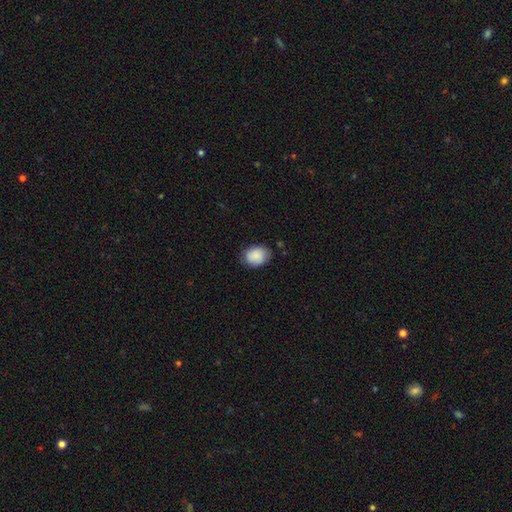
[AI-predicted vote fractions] This appears to be a smooth galaxy with no disk features (89%) that is in between round and cigar-shaped (64%). Merging: none (78%).